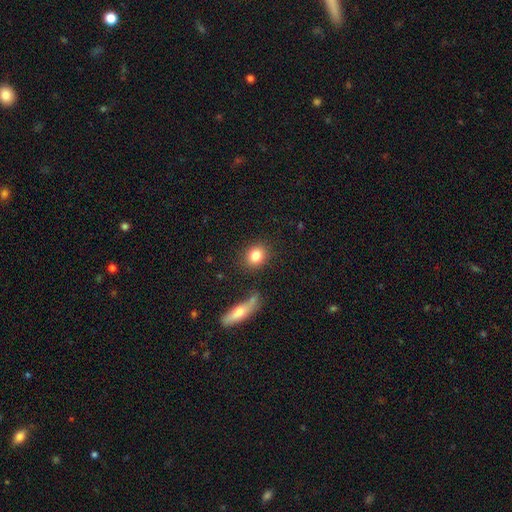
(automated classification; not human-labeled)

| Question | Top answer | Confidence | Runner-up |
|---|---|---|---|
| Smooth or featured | smooth | 82% | star or artifact (9%) |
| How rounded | round | 65% | in between (33%) |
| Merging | none | 84% | minor disturbance (8%) |